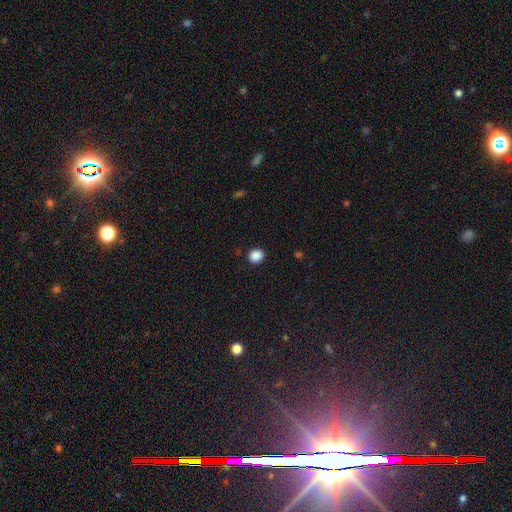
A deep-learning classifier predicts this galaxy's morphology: The model was most divided on "how rounded": round: 74%, in between: 25%, cigar-shaped: 1%. More confident: merging — none (91%); smooth or featured — smooth (88%).